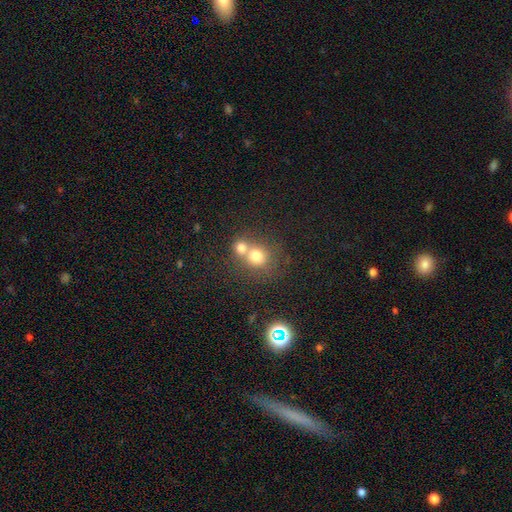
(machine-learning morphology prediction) This is likely a smooth galaxy (72%). How rounded: clearly round (80%). Merging: possibly merger (56%).